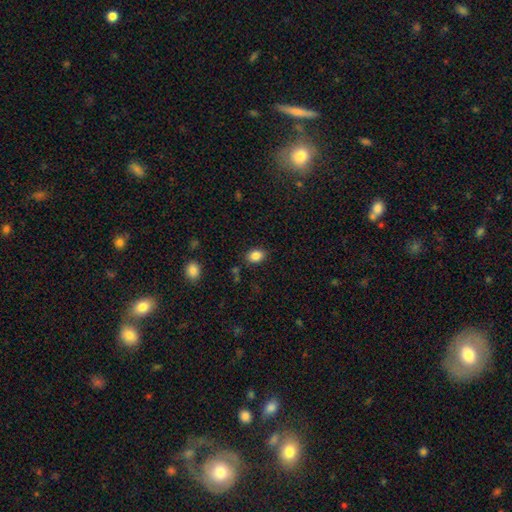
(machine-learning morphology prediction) type=smooth (85%); roundness=in between (71%); merging=none (83%).